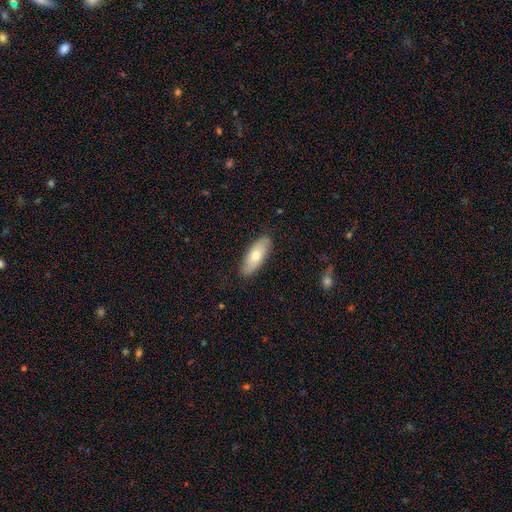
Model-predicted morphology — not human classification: Smooth or featured?
  - smooth: 67% *
  - featured or disk: 27%
  - star or artifact: 6%
How rounded?
  - in between: 75% *
  - cigar-shaped: 23%
  - round: 2%
Merging?
  - none: 86% *
  - minor disturbance: 11%
  - major disturbance: 2%
  - merger: 1%